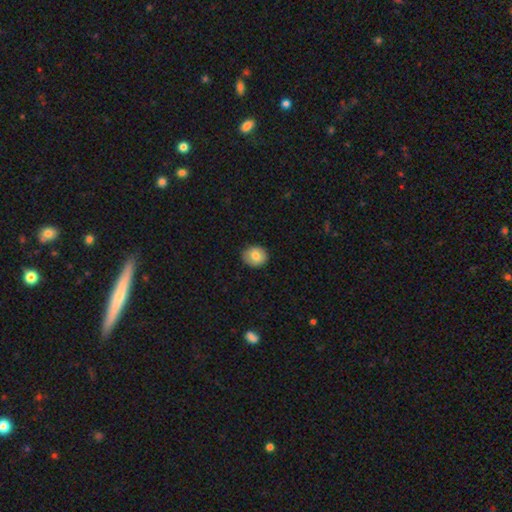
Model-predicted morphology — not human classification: Smooth or featured? smooth (79%)
How rounded? round (65%)
Merging? none (88%)